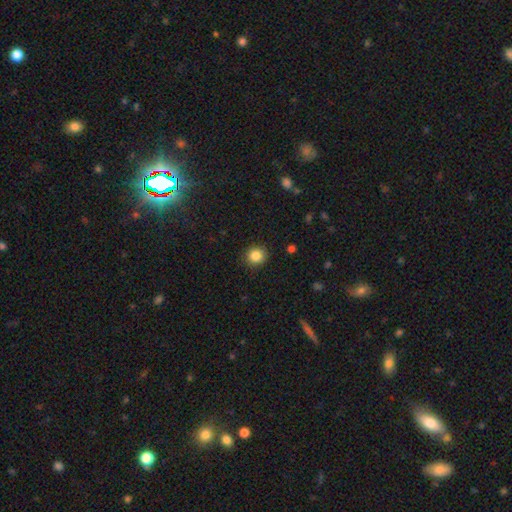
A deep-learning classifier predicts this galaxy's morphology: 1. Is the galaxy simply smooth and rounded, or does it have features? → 86% smooth, 10% star or artifact, 4% featured or disk.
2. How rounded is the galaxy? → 89% round, 10% in between, 1% cigar-shaped.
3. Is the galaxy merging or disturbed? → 89% none, 7% minor disturbance, 2% major disturbance, 1% merger.